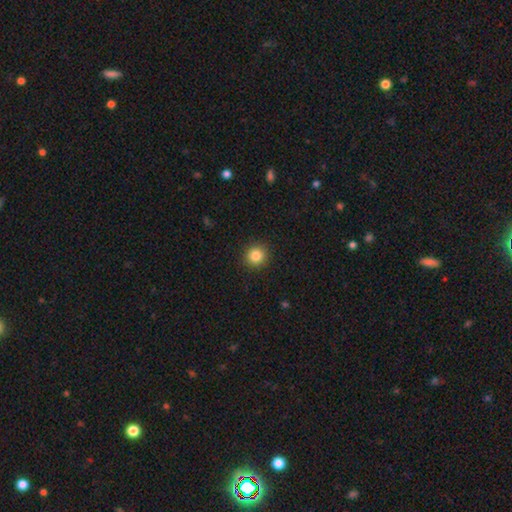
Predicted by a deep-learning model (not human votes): A smooth galaxy with no disk features (85%) that is round (93%). Merging: none (92%).